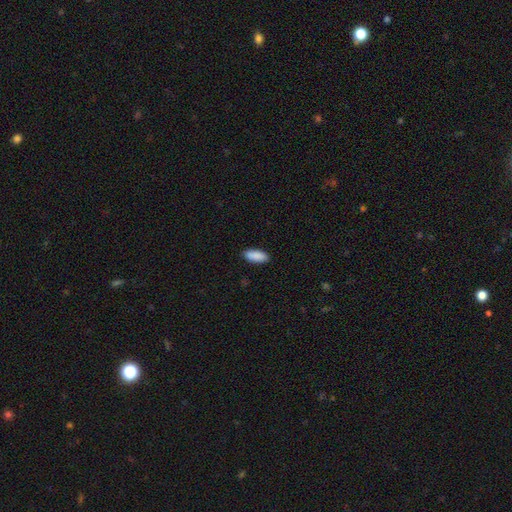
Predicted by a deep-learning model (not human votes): Smooth or featured: smooth — 90% (star or artifact — 6%)
How rounded: in between — 79% (cigar-shaped — 20%)
Merging: none — 89% (minor disturbance — 8%)